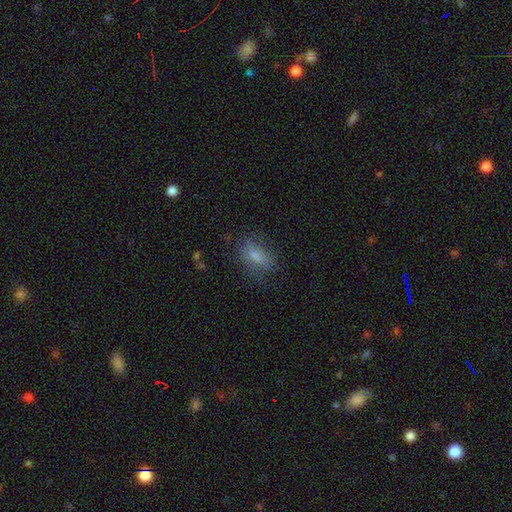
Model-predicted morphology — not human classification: smooth-or-featured: smooth: 68% | featured or disk: 18% | star or artifact: 14%
  how-rounded: in between: 78% | cigar-shaped: 12% | round: 10%
  merging: none: 66% | minor disturbance: 20% | major disturbance: 12% | merger: 2%